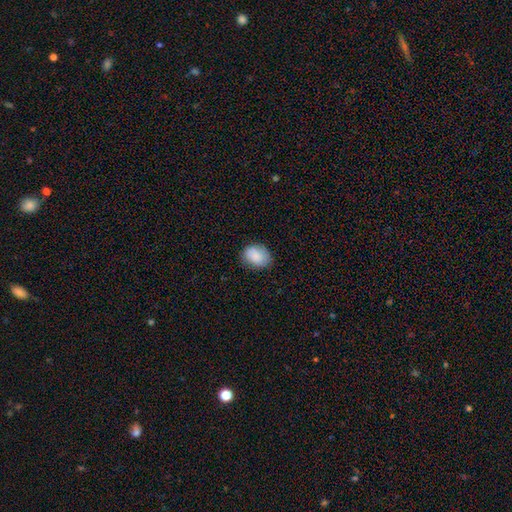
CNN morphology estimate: smooth 84%, featured or disk 10%, star or artifact 7%. Down the decision tree: how rounded — in between (67%); merging — none (77%).